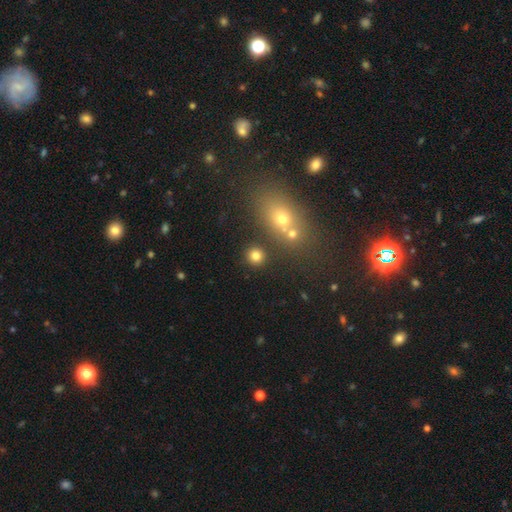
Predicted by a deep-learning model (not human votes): A smooth galaxy with no disk features (79%) that is round (90%).

Vote fractions:
- Smooth or featured? smooth: 79% / star or artifact: 14% / featured or disk: 7%
- How rounded? round: 90% / in between: 9% / cigar-shaped: 1%
- Merging? none: 84% / merger: 7% / minor disturbance: 7% / major disturbance: 3%